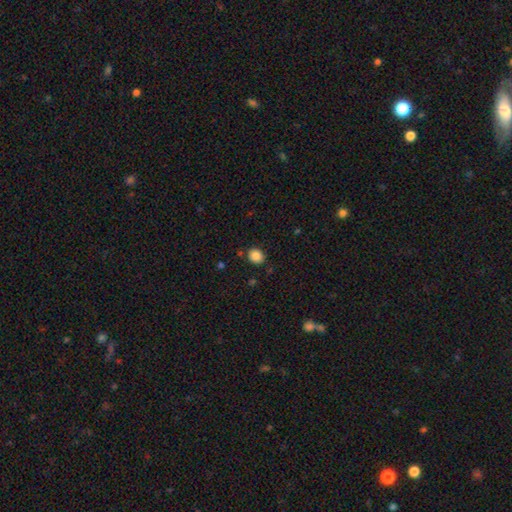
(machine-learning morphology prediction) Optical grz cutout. It shows a smooth galaxy with no disk features (86%) that is round (63%). Merging: none (85%).